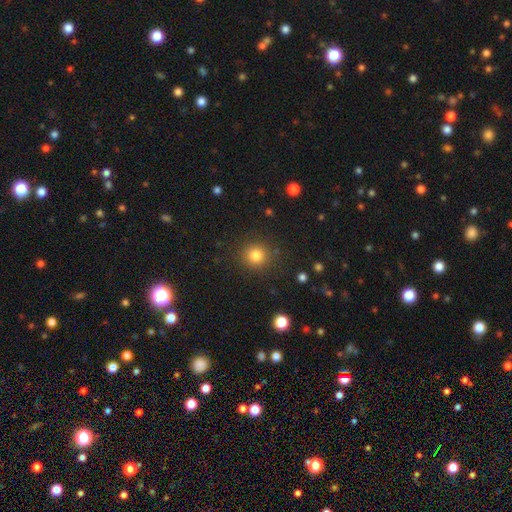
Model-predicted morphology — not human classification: smooth_or_featured: smooth (p=0.82) [alt: star or artifact p=0.12]
how_rounded: round (p=0.92) [alt: in between p=0.07]
merging: none (p=0.88) [alt: minor disturbance p=0.07]